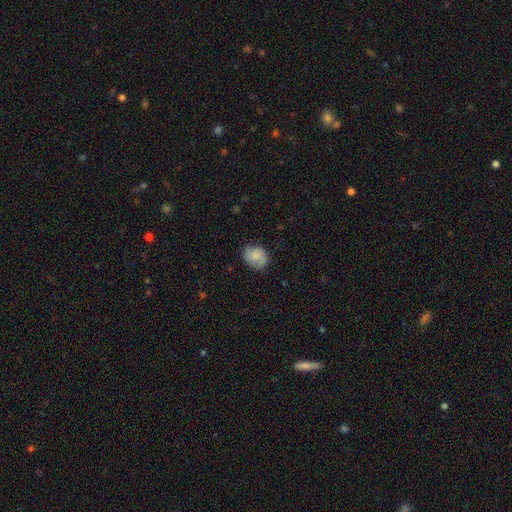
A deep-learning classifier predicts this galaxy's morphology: type=smooth (71%); roundness=round (60%); merging=none (73%).